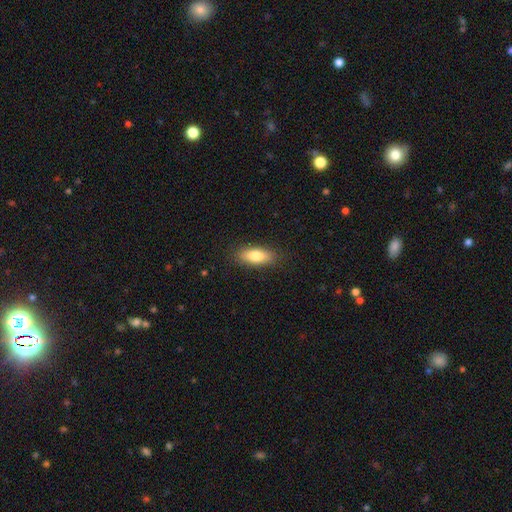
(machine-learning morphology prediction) smooth-or-featured: smooth: 78% | featured or disk: 15% | star or artifact: 7%
  how-rounded: in between: 73% | cigar-shaped: 24% | round: 3%
  merging: none: 87% | minor disturbance: 10% | major disturbance: 2% | merger: 1%